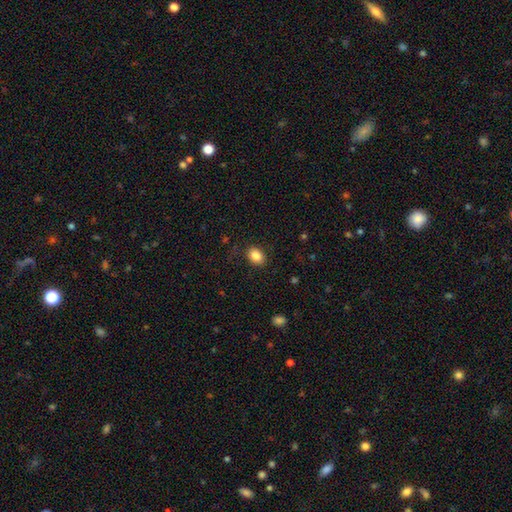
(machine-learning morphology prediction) smooth 85%, star or artifact 9%, featured or disk 6%. Down the decision tree: how rounded — in between (71%); merging — none (85%).